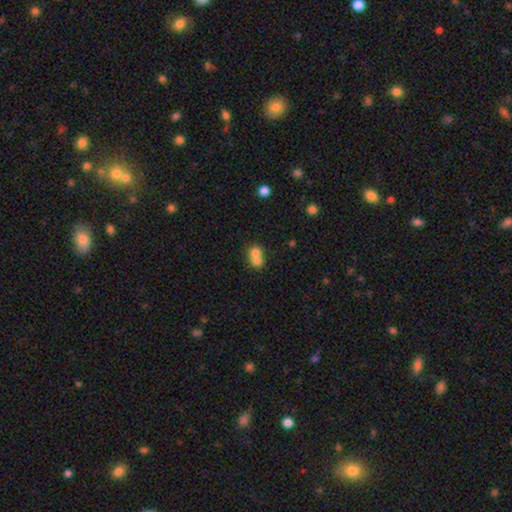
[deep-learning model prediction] smooth 71%, featured or disk 18%, star or artifact 11%. Down the decision tree: how rounded — round (65%); merging — merger (70%).